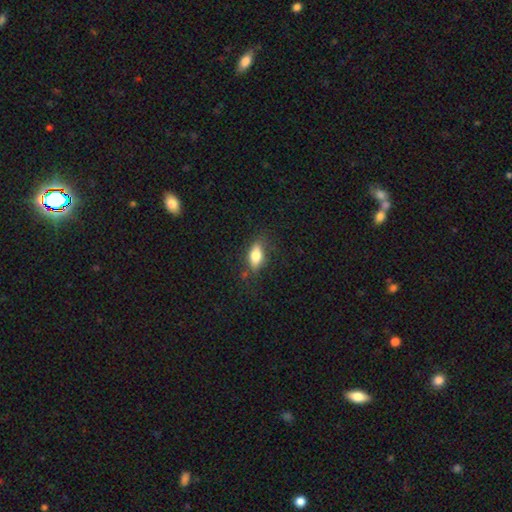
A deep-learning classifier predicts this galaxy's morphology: This is likely a smooth galaxy (73%). How rounded: likely in between (78%). Merging: likely none (75%).